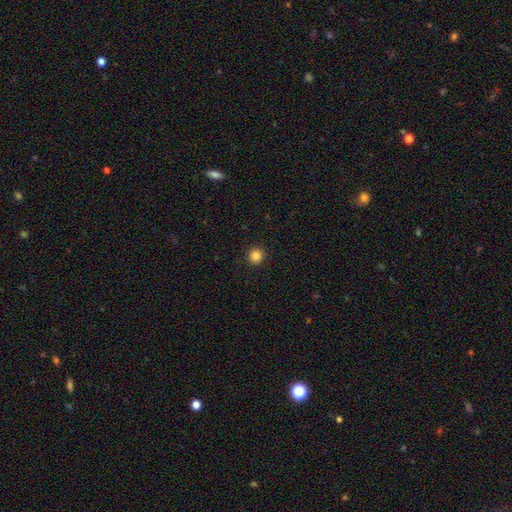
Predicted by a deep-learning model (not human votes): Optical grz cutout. It shows a smooth galaxy with no disk features (85%) that is round (94%). Merging: none (93%).